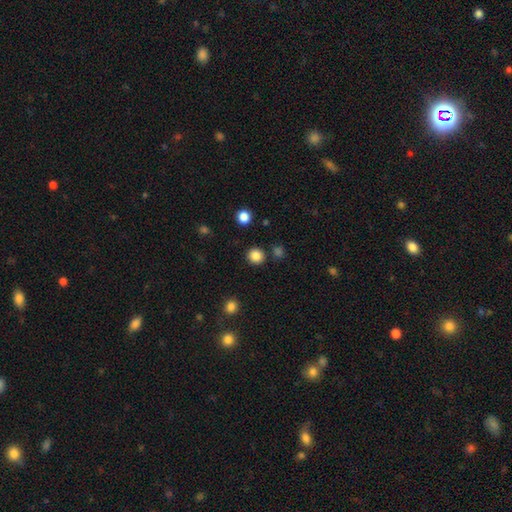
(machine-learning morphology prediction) A smooth galaxy with no disk features (85%) that is round (91%). Merging: none (87%).